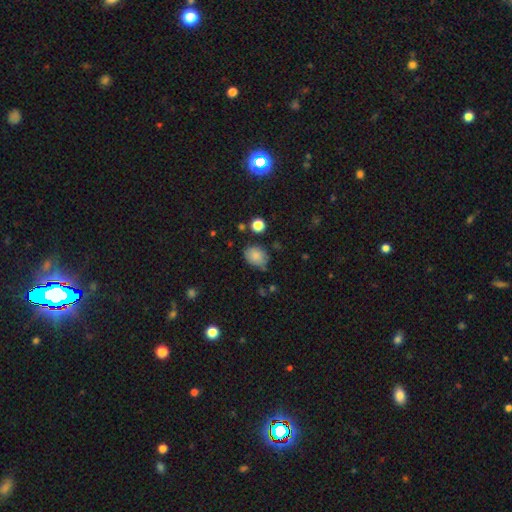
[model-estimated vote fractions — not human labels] This appears to be a smooth galaxy with no disk features (81%) that is in between round and cigar-shaped (59%). Merging: none (63%).